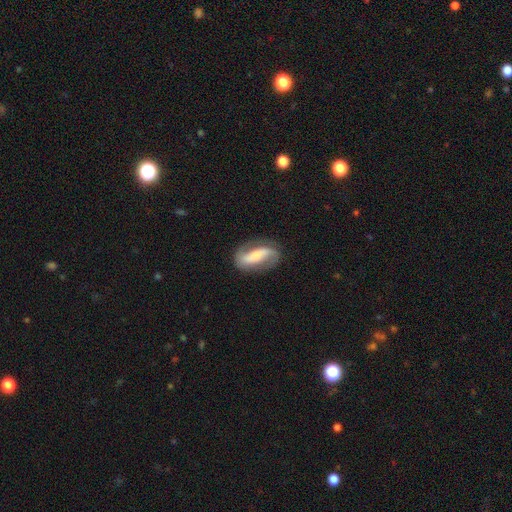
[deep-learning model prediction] This is likely a featured or disk galaxy (76%). It is clearly not viewed edge-on (93%). Bar: possibly strong (54%). Spiral arm pattern: clearly yes (90%). Spiral arm count: clearly 2 (89%). Spiral winding: marginally medium (39%). Central bulge: marginally small (43%). Merging: likely none (80%).